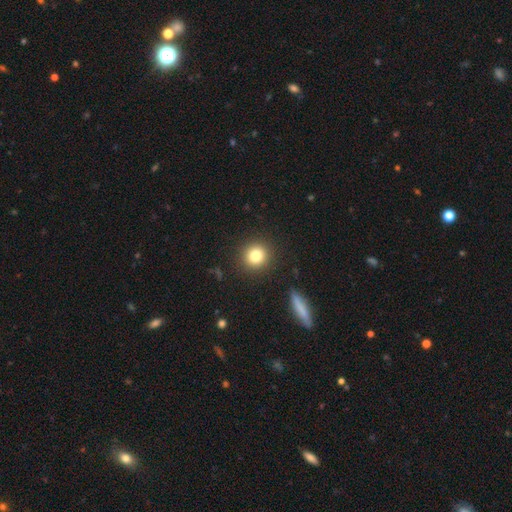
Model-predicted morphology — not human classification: Q: Smooth or featured?
A: smooth (80%); runner-up: star or artifact (11%)
Q: How rounded?
A: round (92%); runner-up: in between (7%)
Q: Merging?
A: none (90%); runner-up: minor disturbance (6%)